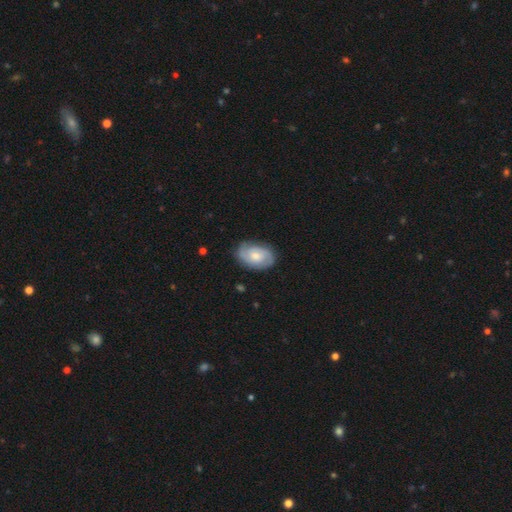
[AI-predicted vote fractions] featured or disk 66%, smooth 28%, star or artifact 6%. Down the decision tree: edge-on disk — no (96%); bar — no (67%); spiral arms — yes (89%); spiral arm count — 2 (68%); spiral winding — tight (54%); bulge size — moderate (51%); merging — none (79%).